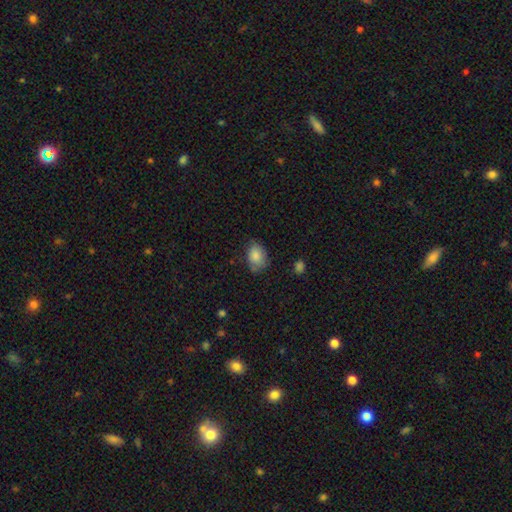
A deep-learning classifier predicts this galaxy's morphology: smooth 84%, star or artifact 8%, featured or disk 8%. Down the decision tree: how rounded — in between (73%); merging — none (68%).